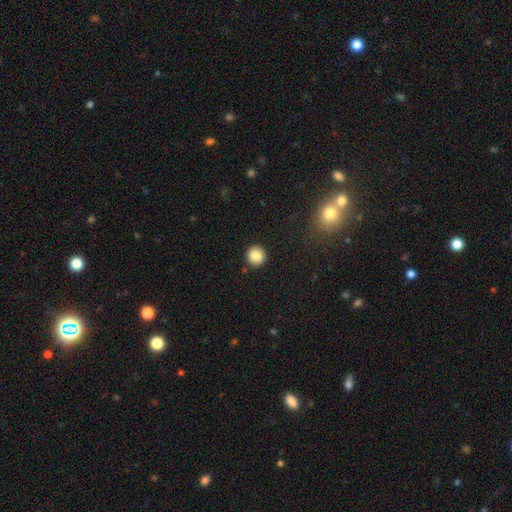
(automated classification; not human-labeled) This appears to be a smooth galaxy with no disk features (86%) that is round (94%). Merging: none (91%).